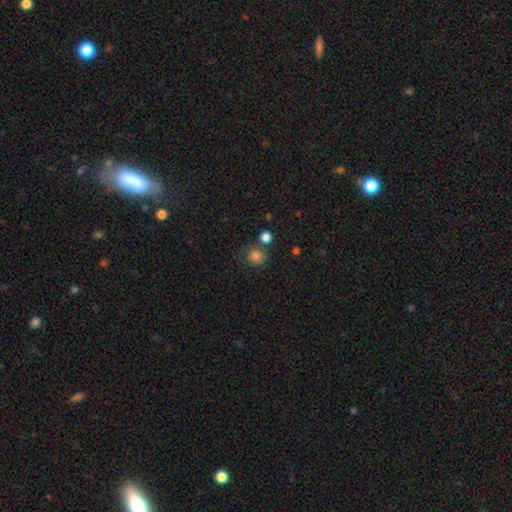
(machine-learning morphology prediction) This appears to be a smooth galaxy with no disk features (81%) that is round (88%). Merging: none (67%).